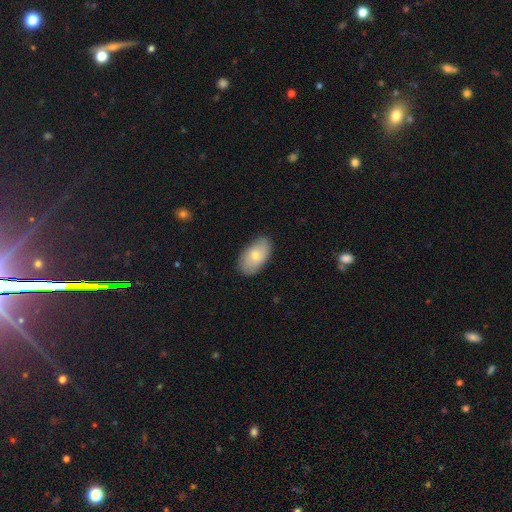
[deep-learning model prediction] A smooth galaxy with no disk features (71%) that is in between round and cigar-shaped (94%). Merging: none (82%).